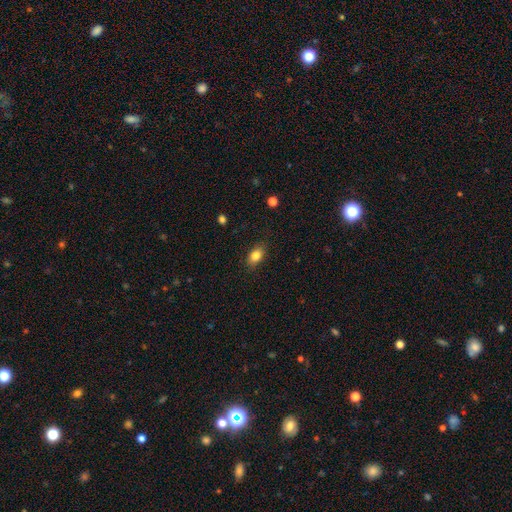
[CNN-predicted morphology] smooth 83%, star or artifact 9%, featured or disk 8%. Down the decision tree: how rounded — in between (84%); merging — none (85%).